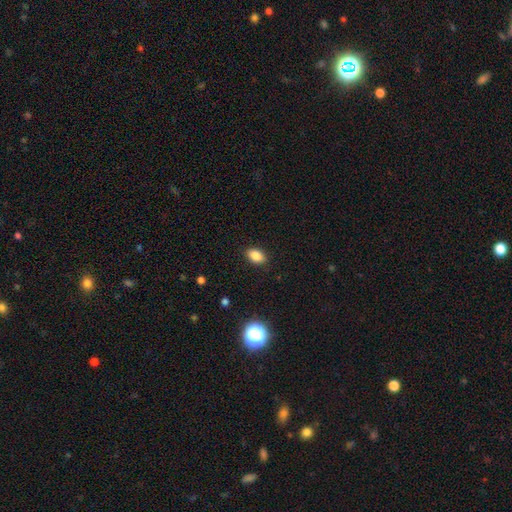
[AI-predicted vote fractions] This is clearly a smooth galaxy (85%). How rounded: clearly in between (87%). Merging: clearly none (88%).